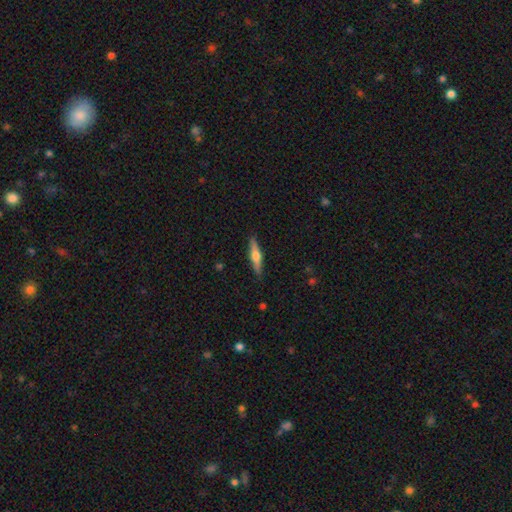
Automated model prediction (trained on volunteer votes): smooth-or-featured: featured or disk: 55% | smooth: 39% | star or artifact: 6%
  disk-edge-on: yes: 96% | no: 4%
    edge-on-bulge: rounded: 91% | boxy: 5% | none: 4%
  merging: none: 89% | minor disturbance: 8% | major disturbance: 2% | merger: 1%